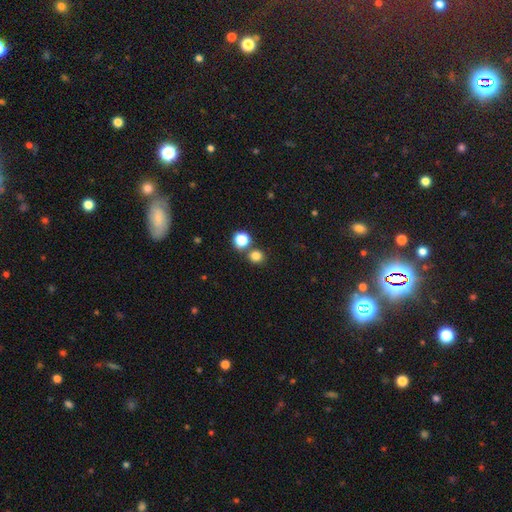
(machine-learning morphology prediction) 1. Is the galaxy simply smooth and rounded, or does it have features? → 80% smooth, 15% star or artifact, 5% featured or disk.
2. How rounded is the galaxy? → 87% round, 12% in between, 1% cigar-shaped.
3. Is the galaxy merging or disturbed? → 71% none, 20% merger, 7% minor disturbance, 2% major disturbance.